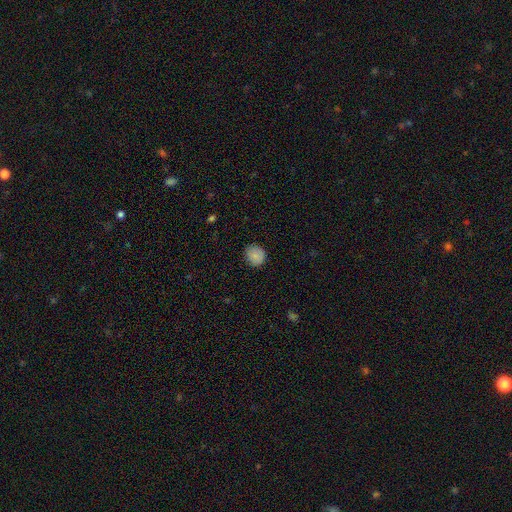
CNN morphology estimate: Smooth or featured? Predicted: smooth (p=0.83). How rounded? Predicted: round (p=0.80). Merging? Predicted: none (p=0.83).